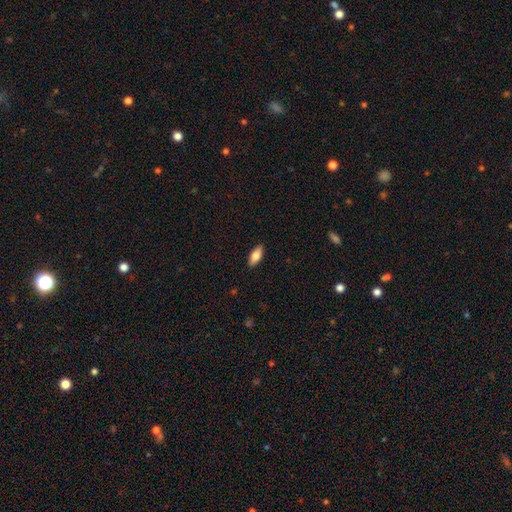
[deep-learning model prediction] This is clearly a smooth galaxy (80%). How rounded: clearly in between (84%). Merging: clearly none (89%).